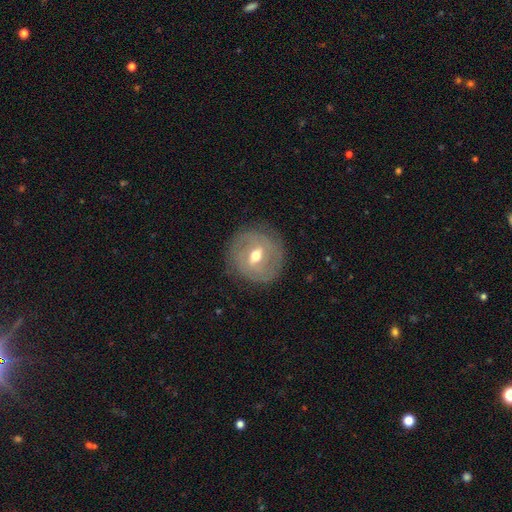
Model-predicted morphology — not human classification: The model was most divided on "bar": weak: 54%, strong: 26%, no: 21%. More confident: edge-on disk — no (94%); merging — none (81%); bulge size — moderate (75%); smooth or featured — featured or disk (68%); spiral arms — yes (65%).